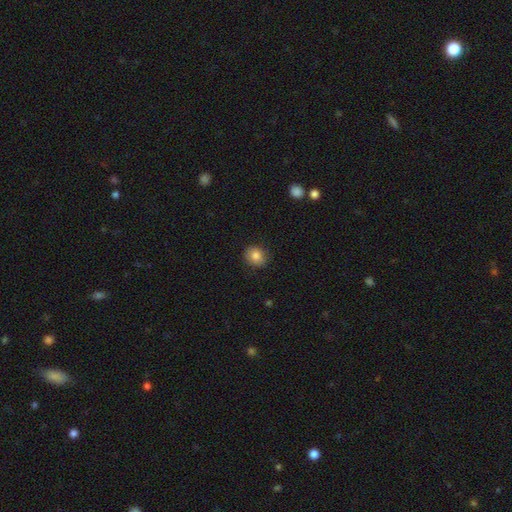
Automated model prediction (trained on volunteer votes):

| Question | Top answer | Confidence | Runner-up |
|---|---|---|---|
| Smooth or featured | smooth | 84% | star or artifact (9%) |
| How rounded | round | 74% | in between (25%) |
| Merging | none | 85% | minor disturbance (11%) |